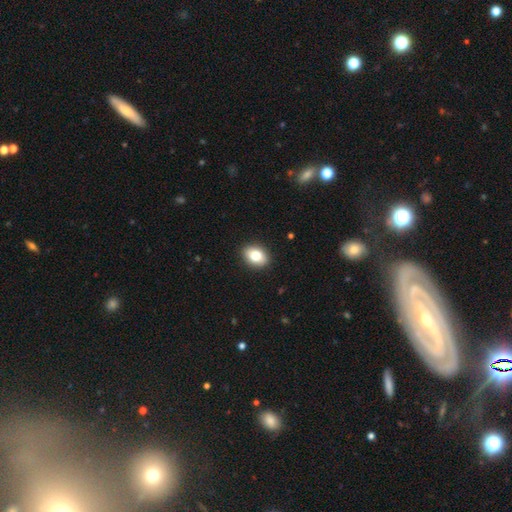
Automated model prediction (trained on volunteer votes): smooth-or-featured: smooth: 79% | featured or disk: 13% | star or artifact: 8%
  how-rounded: in between: 74% | round: 24% | cigar-shaped: 1%
  merging: none: 90% | minor disturbance: 7% | major disturbance: 2% | merger: 1%